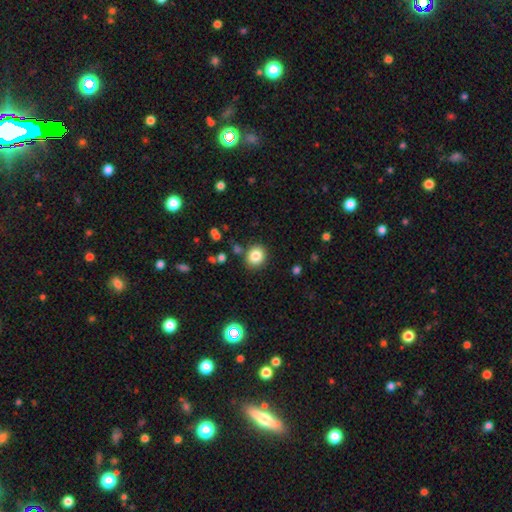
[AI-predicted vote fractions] Overall: smooth (83%). How rounded: round (76%). Merging: none (85%).